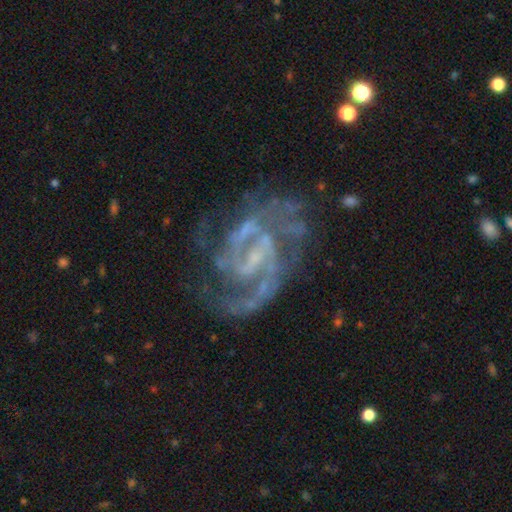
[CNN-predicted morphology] Smooth or featured? Predicted: featured or disk (p=0.89). Edge-on disk? Predicted: no (p=0.98). Bar? Predicted: weak (p=0.51). Spiral arms? Predicted: yes (p=0.94). Spiral winding? Predicted: medium (p=0.51). Spiral arm count? Predicted: 2 (p=0.50). Bulge size? Predicted: small (p=0.51). Merging? Predicted: none (p=0.58).